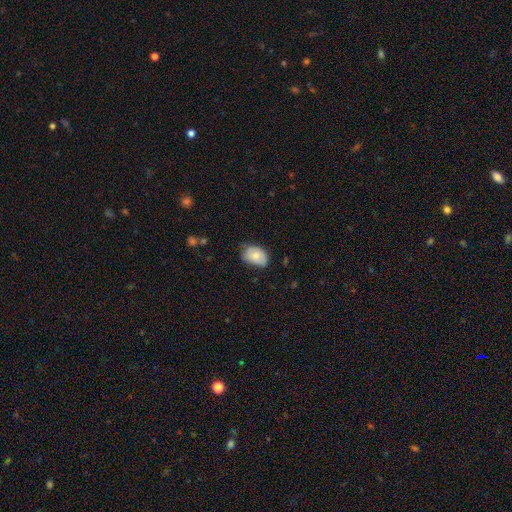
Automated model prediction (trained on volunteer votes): Smooth or featured? Predicted: smooth (p=0.73). How rounded? Predicted: in between (p=0.83). Merging? Predicted: none (p=0.61).